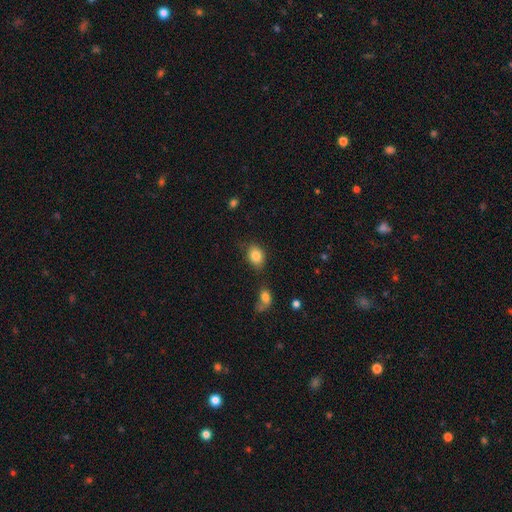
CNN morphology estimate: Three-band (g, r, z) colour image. It shows a smooth galaxy with no disk features (84%) that is in between round and cigar-shaped (61%). Merging: none (69%).